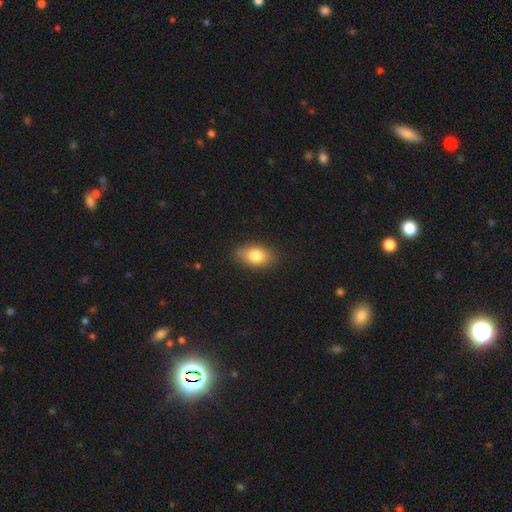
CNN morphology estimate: smooth-or-featured: smooth: 81% | featured or disk: 11% | star or artifact: 8%
  how-rounded: in between: 86% | round: 11% | cigar-shaped: 3%
  merging: none: 84% | minor disturbance: 12% | major disturbance: 3% | merger: 1%